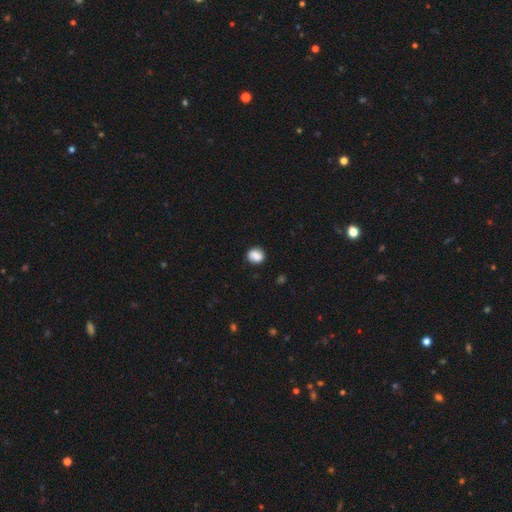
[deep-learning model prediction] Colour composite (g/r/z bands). It shows a smooth galaxy with no disk features (87%) that is round (69%). Merging: none (84%).